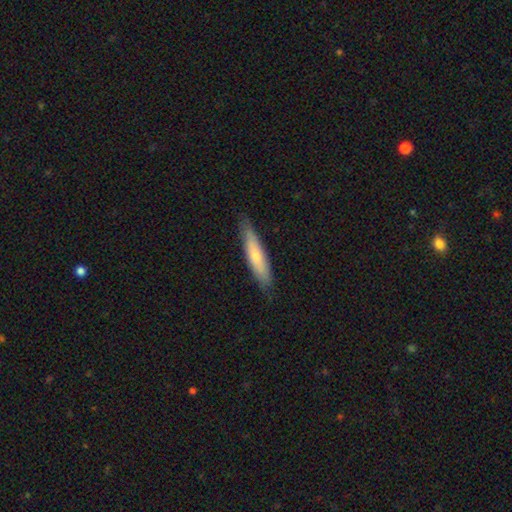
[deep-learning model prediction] smooth_or_featured: smooth (p=0.63) [alt: featured or disk p=0.32]
how_rounded: cigar-shaped (p=0.81) [alt: in between p=0.18]
merging: none (p=0.82) [alt: minor disturbance p=0.14]